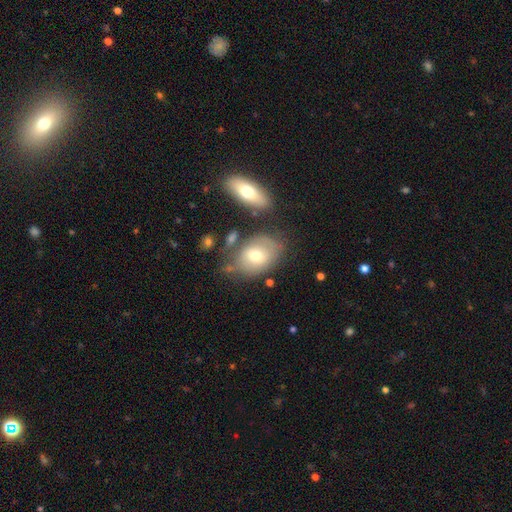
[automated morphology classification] This is possibly a smooth galaxy (59%). How rounded: likely in between (76%). Merging: possibly none (56%).